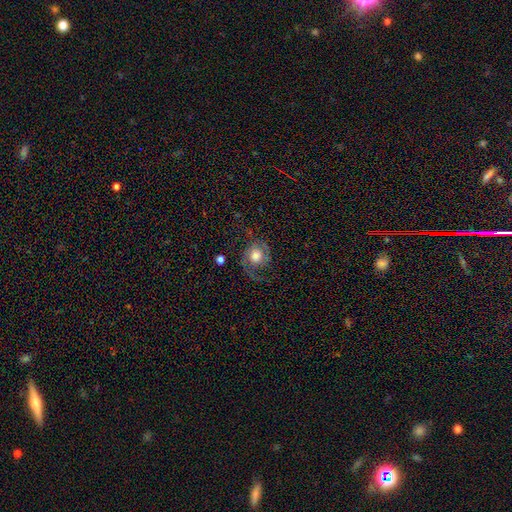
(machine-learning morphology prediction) smooth_or_featured: featured or disk (p=0.72) [alt: smooth p=0.21]
disk_edge_on: no (p=0.97) [alt: yes p=0.03]
bar: no (p=0.75) [alt: weak p=0.21]
has_spiral_arms: yes (p=0.93) [alt: no p=0.07]
spiral_winding: medium (p=0.46) [alt: loose p=0.33]
spiral_arm_count: 2 (p=0.80) [alt: 1 p=0.11]
bulge_size: moderate (p=0.45) [alt: large p=0.38]
merging: none (p=0.62) [alt: major disturbance p=0.19]